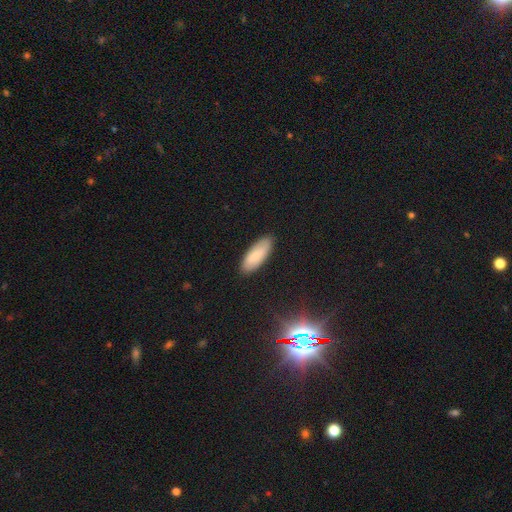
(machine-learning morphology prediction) A smooth galaxy with no disk features (83%) that is in between round and cigar-shaped (70%).

Vote fractions:
- Smooth or featured? smooth: 83% / featured or disk: 10% / star or artifact: 6%
- How rounded? in between: 70% / cigar-shaped: 28% / round: 2%
- Merging? none: 88% / minor disturbance: 9% / major disturbance: 2% / merger: 1%